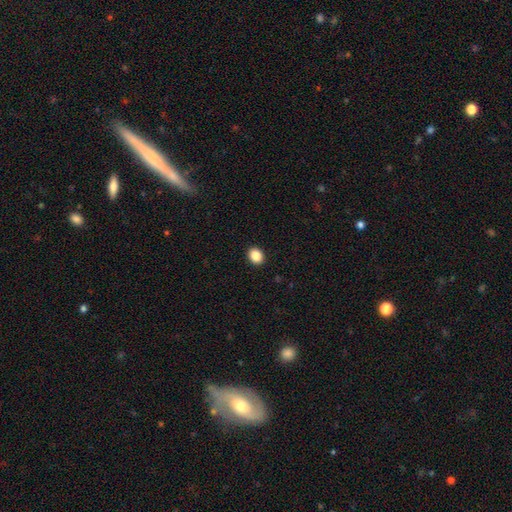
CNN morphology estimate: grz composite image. It shows a smooth galaxy with no disk features (87%) that is round (63%). Merging: none (93%).